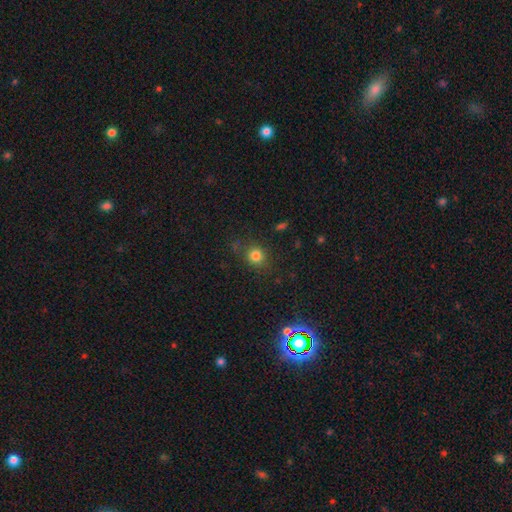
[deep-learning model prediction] smooth-or-featured: smooth: 79% | star or artifact: 14% | featured or disk: 7%
  how-rounded: round: 80% | in between: 19% | cigar-shaped: 1%
  merging: none: 78% | minor disturbance: 14% | major disturbance: 6% | merger: 2%